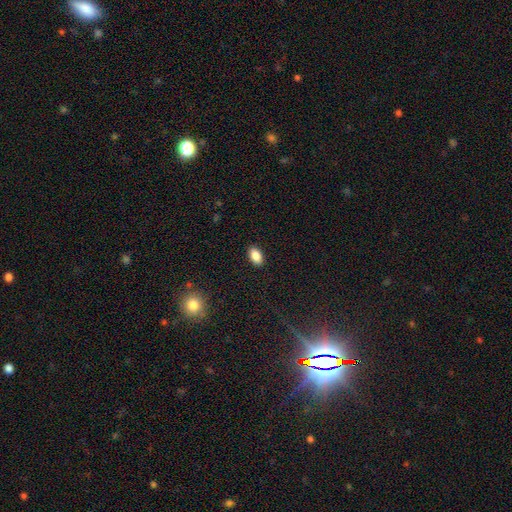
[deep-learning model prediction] smooth-or-featured: smooth: 87% | star or artifact: 8% | featured or disk: 5%
  how-rounded: in between: 92% | round: 6% | cigar-shaped: 2%
  merging: none: 89% | minor disturbance: 8% | major disturbance: 2% | merger: 1%